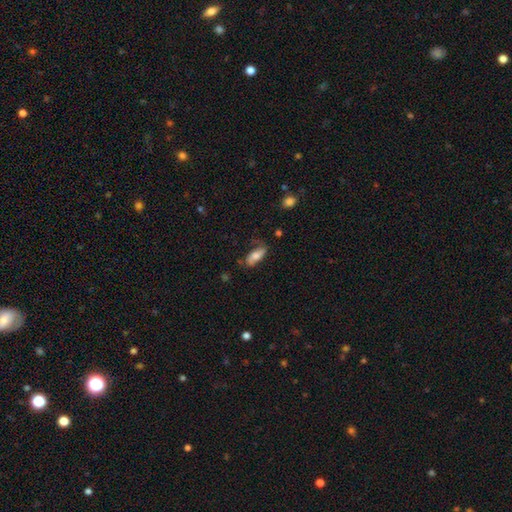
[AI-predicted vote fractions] A smooth galaxy with no disk features (62%) that is in between round and cigar-shaped (79%).

Vote fractions:
- Smooth or featured? smooth: 62% / featured or disk: 31% / star or artifact: 7%
- How rounded? in between: 79% / cigar-shaped: 18% / round: 3%
- Merging? none: 62% / minor disturbance: 26% / major disturbance: 10% / merger: 2%